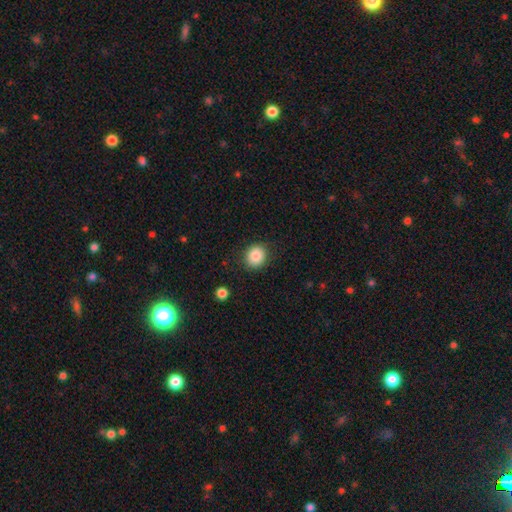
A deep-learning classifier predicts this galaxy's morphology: type=smooth (86%); roundness=round (78%); merging=none (86%).